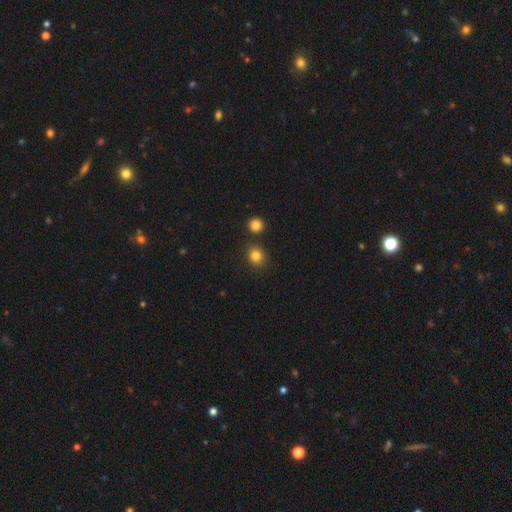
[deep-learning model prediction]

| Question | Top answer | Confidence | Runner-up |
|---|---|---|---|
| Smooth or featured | smooth | 83% | star or artifact (12%) |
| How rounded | round | 80% | in between (19%) |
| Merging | none | 83% | minor disturbance (8%) |